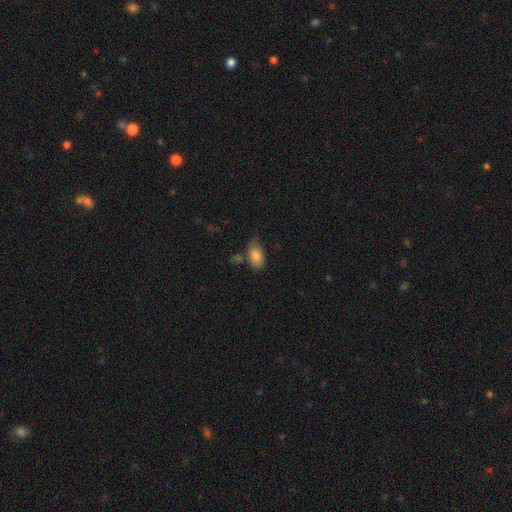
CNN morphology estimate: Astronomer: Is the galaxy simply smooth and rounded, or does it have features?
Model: smooth — 80%.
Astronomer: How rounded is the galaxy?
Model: in between — 89%.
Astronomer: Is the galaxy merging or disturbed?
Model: none — 54% (runner-up: minor disturbance, 29%).